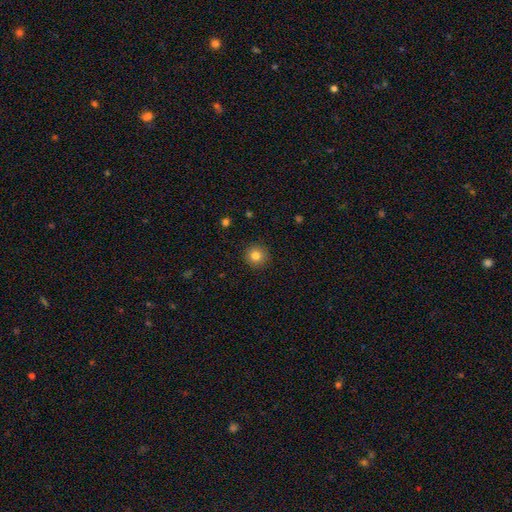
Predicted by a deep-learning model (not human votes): Smooth or featured: smooth — 83% (star or artifact — 11%)
How rounded: round — 95% (in between — 4%)
Merging: none — 92% (minor disturbance — 5%)